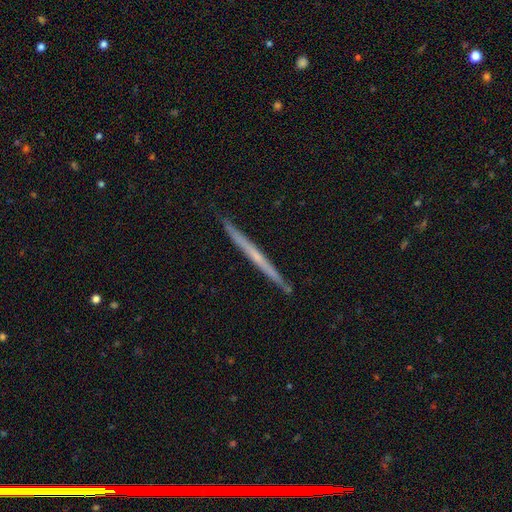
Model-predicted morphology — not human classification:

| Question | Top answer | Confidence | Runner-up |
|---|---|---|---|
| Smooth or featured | featured or disk | 62% | smooth (32%) |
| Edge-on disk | yes | 98% | no (2%) |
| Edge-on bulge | none | 79% | rounded (17%) |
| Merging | none | 91% | minor disturbance (6%) |